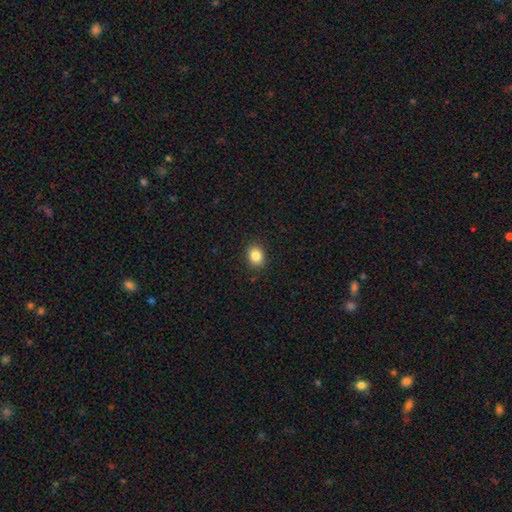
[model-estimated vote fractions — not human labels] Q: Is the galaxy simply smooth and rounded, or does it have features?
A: smooth — 85%.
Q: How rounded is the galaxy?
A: round — 54%.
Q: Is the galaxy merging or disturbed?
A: none — 90%.